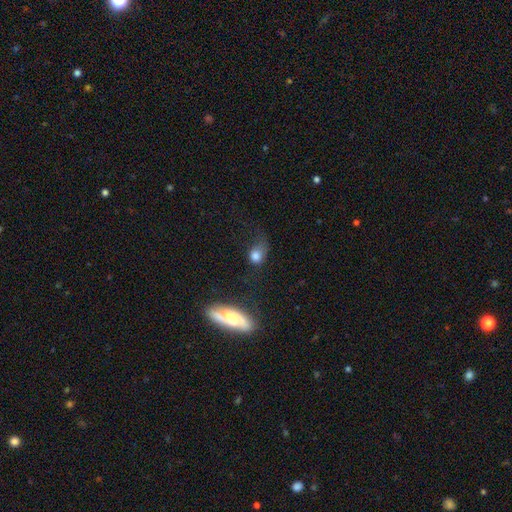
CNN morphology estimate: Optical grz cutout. It shows a smooth galaxy with no disk features (75%) that is in between round and cigar-shaped (52%). Merging: none (36%).